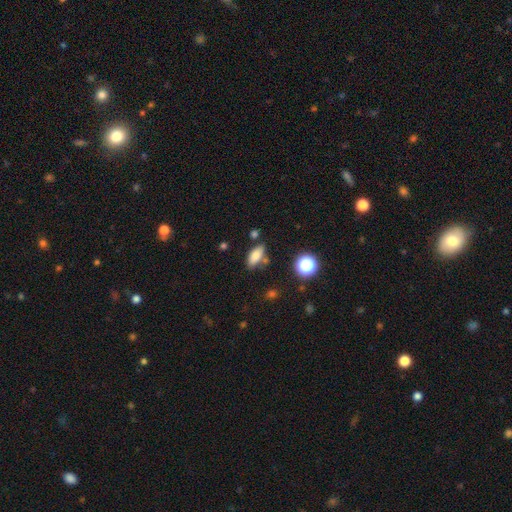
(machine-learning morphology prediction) Smooth or featured: smooth — 80% (star or artifact — 11%)
How rounded: in between — 80% (cigar-shaped — 14%)
Merging: none — 71% (minor disturbance — 17%)